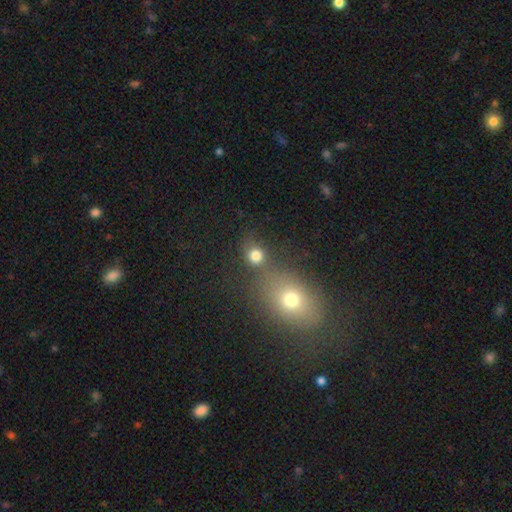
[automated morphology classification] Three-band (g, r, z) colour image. It shows a smooth galaxy with no disk features (78%) that is round (77%). Merging: none (60%).